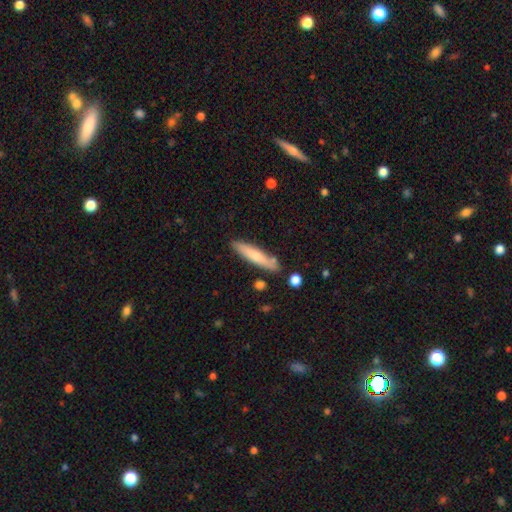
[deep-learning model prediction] The model was most divided on "smooth or featured": smooth: 68%, featured or disk: 27%, star or artifact: 6%. More confident: how rounded — cigar-shaped (88%); merging — none (80%).